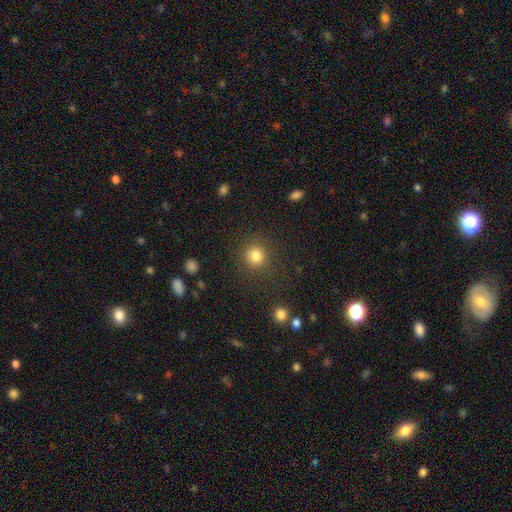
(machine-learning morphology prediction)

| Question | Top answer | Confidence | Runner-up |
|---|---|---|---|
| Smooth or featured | smooth | 82% | star or artifact (12%) |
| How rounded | round | 88% | in between (11%) |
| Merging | none | 85% | minor disturbance (8%) |